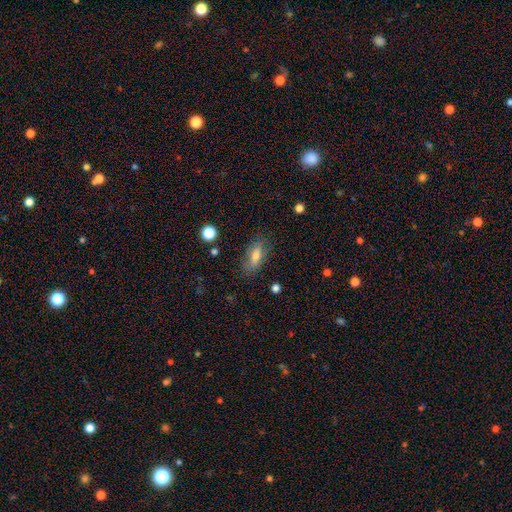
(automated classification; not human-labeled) smooth 66%, featured or disk 24%, star or artifact 10%. Down the decision tree: how rounded — in between (71%); merging — none (77%).